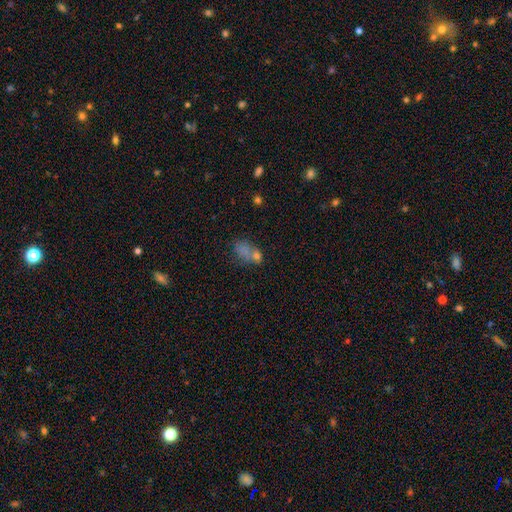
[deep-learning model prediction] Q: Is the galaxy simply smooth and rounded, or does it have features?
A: smooth — 67%.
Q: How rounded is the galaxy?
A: in between — 69%.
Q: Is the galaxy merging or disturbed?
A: merger — 49%.